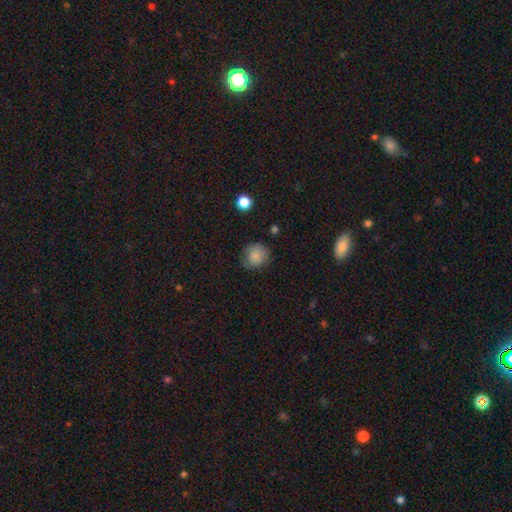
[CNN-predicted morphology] smooth_or_featured: smooth (p=0.84) [alt: star or artifact p=0.10]
how_rounded: round (p=0.86) [alt: in between p=0.13]
merging: none (p=0.75) [alt: minor disturbance p=0.18]